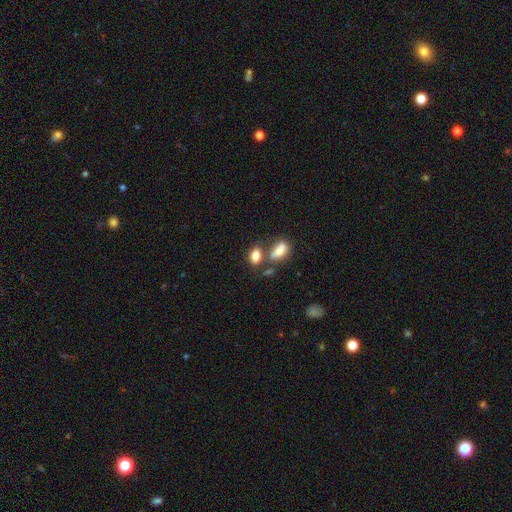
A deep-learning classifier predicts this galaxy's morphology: type=smooth (81%); roundness=in between (86%); merging=none (45%).